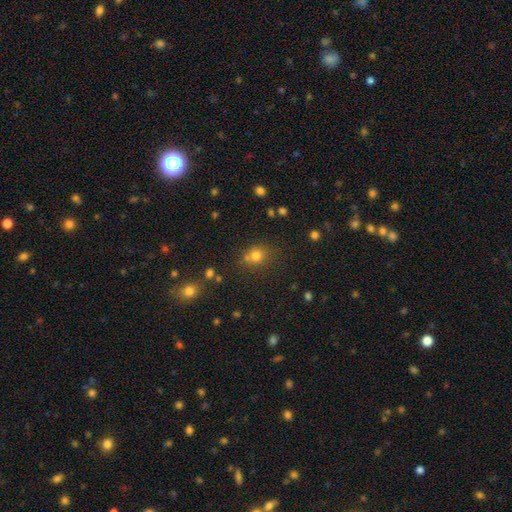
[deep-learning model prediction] Smooth or featured?
  - smooth: 74% *
  - star or artifact: 18%
  - featured or disk: 9%
How rounded?
  - round: 69% *
  - in between: 30%
  - cigar-shaped: 1%
Merging?
  - none: 63% *
  - merger: 17%
  - minor disturbance: 15%
  - major disturbance: 6%